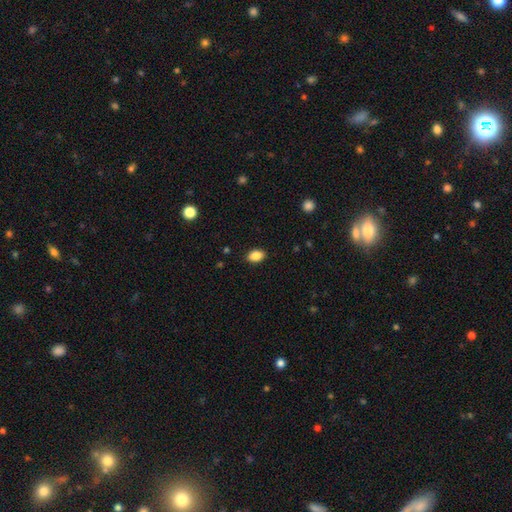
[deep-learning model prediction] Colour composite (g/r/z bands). It shows a smooth galaxy with no disk features (87%) that is in between round and cigar-shaped (85%). Merging: none (88%).